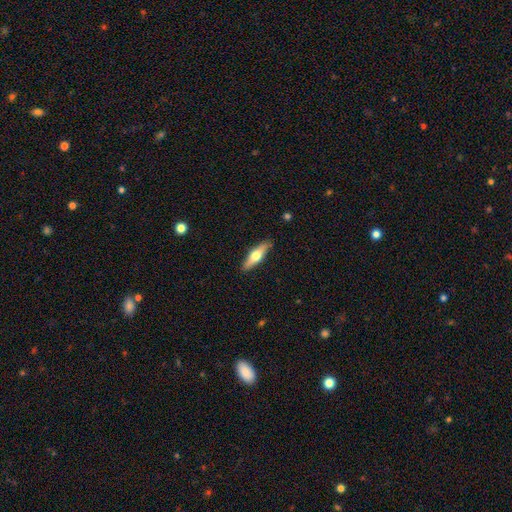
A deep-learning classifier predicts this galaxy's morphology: Smooth or featured? smooth (48%)
Merging? none (88%)